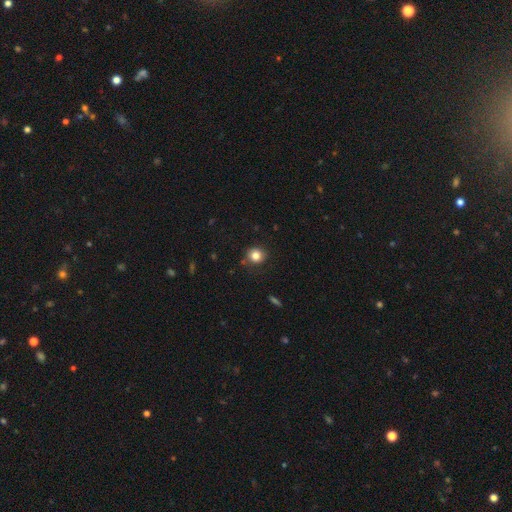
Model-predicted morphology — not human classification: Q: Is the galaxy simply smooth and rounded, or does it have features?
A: smooth — 83%.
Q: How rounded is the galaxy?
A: round — 89%.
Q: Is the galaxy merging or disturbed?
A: none — 85%.